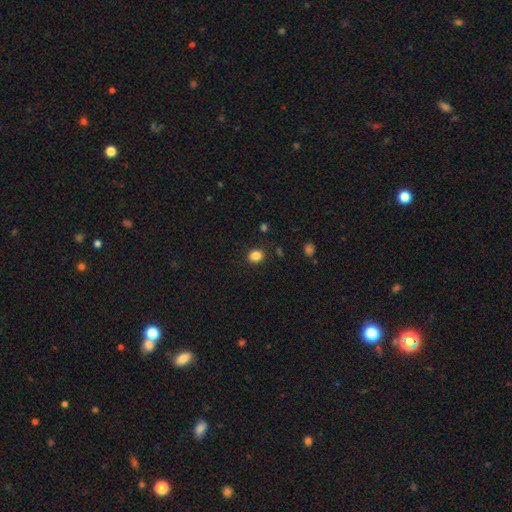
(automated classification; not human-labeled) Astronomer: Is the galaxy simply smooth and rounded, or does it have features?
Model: smooth — 85%.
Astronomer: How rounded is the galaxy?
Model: round — 61% (runner-up: in between, 38%).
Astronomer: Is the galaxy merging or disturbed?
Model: none — 88%.